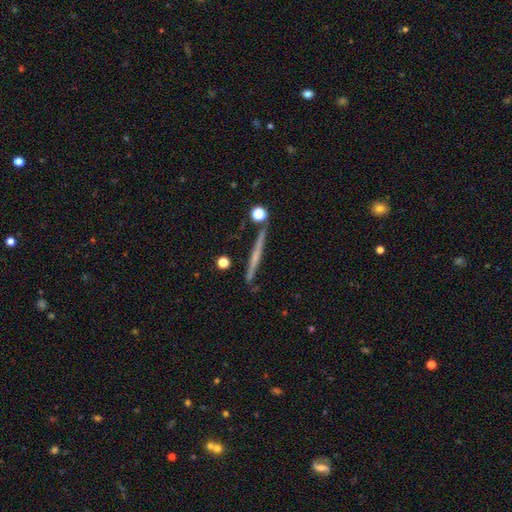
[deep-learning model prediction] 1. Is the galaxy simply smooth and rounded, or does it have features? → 60% featured or disk, 32% smooth, 8% star or artifact.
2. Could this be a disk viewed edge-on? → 97% yes, 3% no.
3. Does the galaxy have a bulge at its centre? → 68% none, 26% rounded, 7% boxy.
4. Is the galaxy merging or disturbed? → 87% none, 8% minor disturbance, 3% merger, 2% major disturbance.